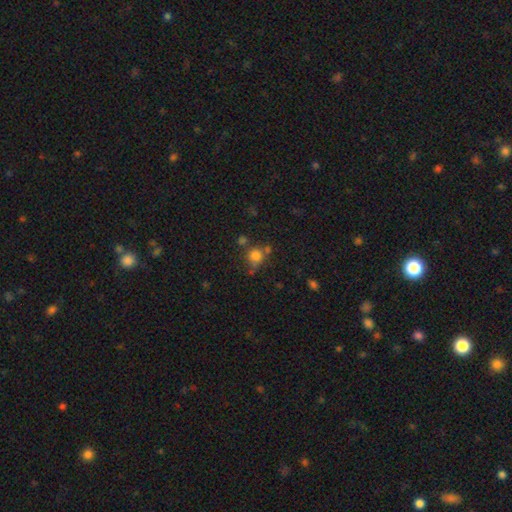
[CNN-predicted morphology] This appears to be a smooth galaxy with no disk features (77%) that is round (87%). Merging: none (60%).